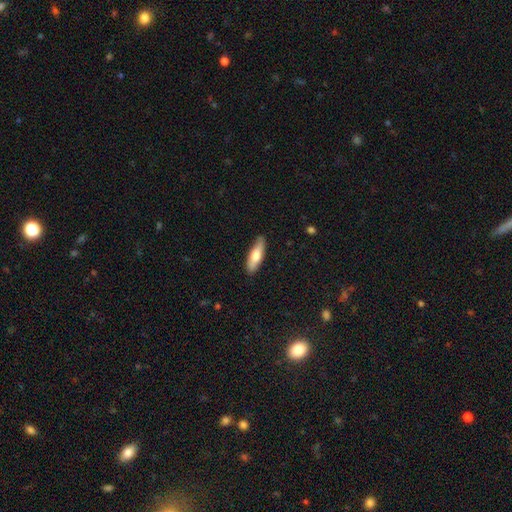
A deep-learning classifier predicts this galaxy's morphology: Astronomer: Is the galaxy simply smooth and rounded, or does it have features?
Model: smooth — 69%.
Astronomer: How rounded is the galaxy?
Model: cigar-shaped — 56% (runner-up: in between, 42%).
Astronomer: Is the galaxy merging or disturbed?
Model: none — 85%.